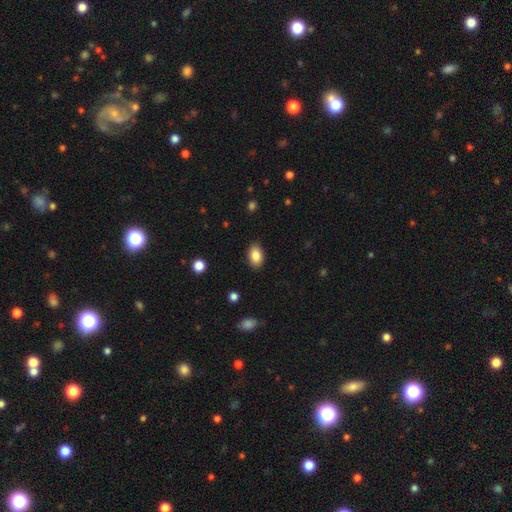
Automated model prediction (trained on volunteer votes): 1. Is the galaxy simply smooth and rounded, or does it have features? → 86% smooth, 8% star or artifact, 6% featured or disk.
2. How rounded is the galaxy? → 89% in between, 10% round, 1% cigar-shaped.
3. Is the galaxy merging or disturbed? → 87% none, 9% minor disturbance, 2% major disturbance, 1% merger.